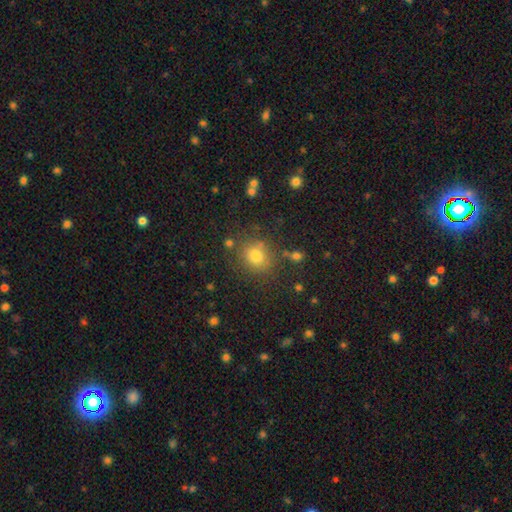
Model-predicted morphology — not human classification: smooth 76%, star or artifact 16%, featured or disk 7%. Down the decision tree: how rounded — round (80%); merging — none (81%).